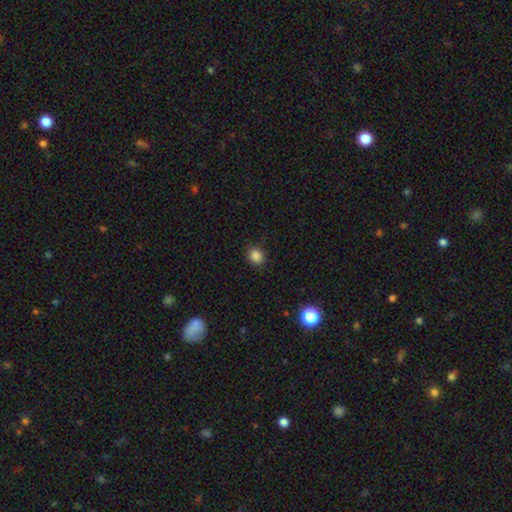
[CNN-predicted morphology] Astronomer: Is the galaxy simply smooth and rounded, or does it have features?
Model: smooth — 86%.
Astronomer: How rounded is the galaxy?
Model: round — 75%.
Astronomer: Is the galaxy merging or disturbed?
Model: none — 89%.